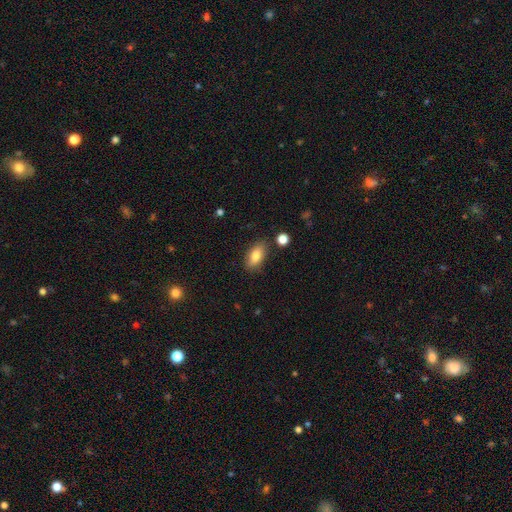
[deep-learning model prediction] This is clearly a smooth galaxy (81%). How rounded: clearly in between (88%). Merging: clearly none (84%).